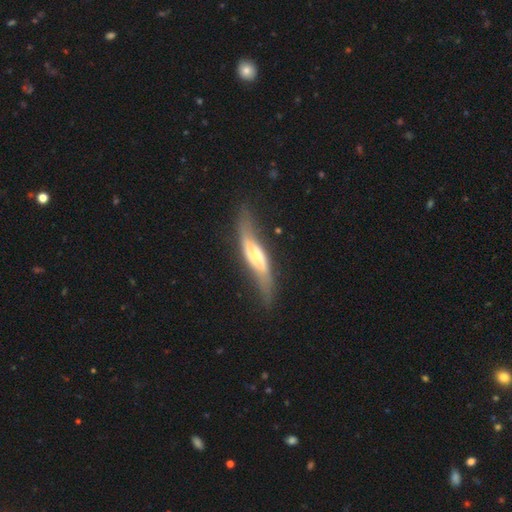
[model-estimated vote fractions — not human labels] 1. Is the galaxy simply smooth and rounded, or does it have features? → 67% featured or disk, 27% smooth, 6% star or artifact.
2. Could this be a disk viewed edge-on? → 53% yes, 47% no.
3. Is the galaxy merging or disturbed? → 65% none, 22% minor disturbance, 11% major disturbance, 3% merger.